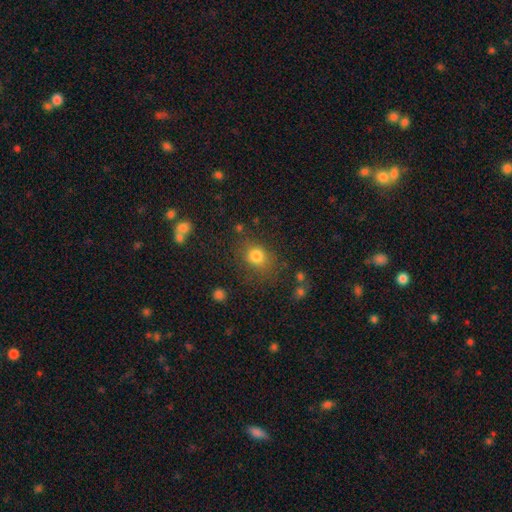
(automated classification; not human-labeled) A smooth galaxy with no disk features (79%) that is round (65%). Merging: none (73%).